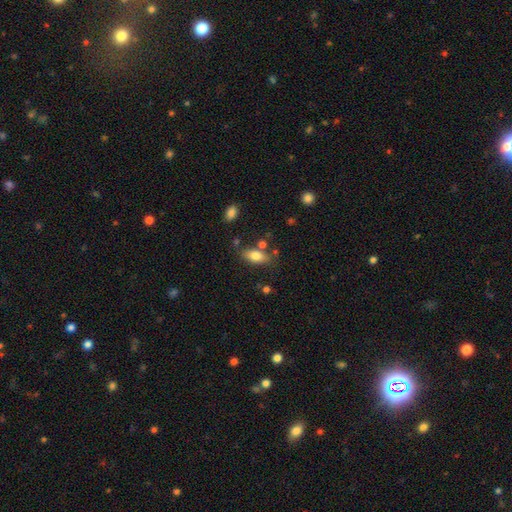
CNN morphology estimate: Smooth or featured?
  - smooth: 78% *
  - featured or disk: 14%
  - star or artifact: 8%
How rounded?
  - in between: 84% *
  - cigar-shaped: 12%
  - round: 4%
Merging?
  - none: 72% *
  - minor disturbance: 15%
  - merger: 8%
  - major disturbance: 4%